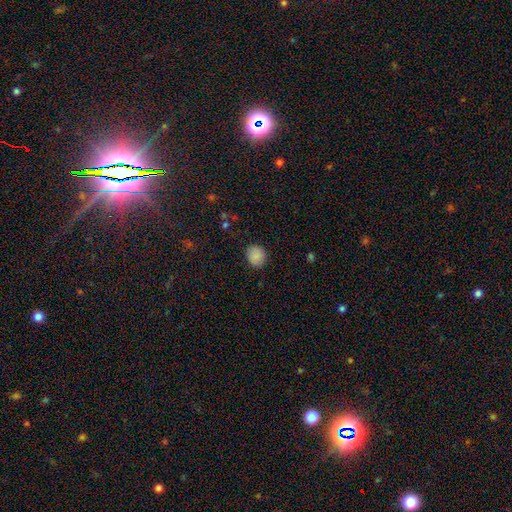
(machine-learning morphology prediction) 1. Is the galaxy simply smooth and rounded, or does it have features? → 88% smooth, 9% star or artifact, 3% featured or disk.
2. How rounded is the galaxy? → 80% round, 19% in between, 1% cigar-shaped.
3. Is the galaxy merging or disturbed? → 87% none, 9% minor disturbance, 2% major disturbance, 1% merger.